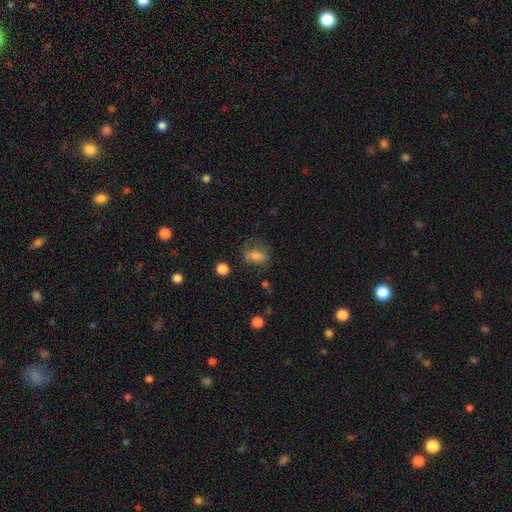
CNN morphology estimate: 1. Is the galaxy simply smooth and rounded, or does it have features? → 69% smooth, 19% featured or disk, 12% star or artifact.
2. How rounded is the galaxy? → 72% in between, 25% round, 3% cigar-shaped.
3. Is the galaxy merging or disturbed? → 63% none, 23% minor disturbance, 12% major disturbance, 2% merger.